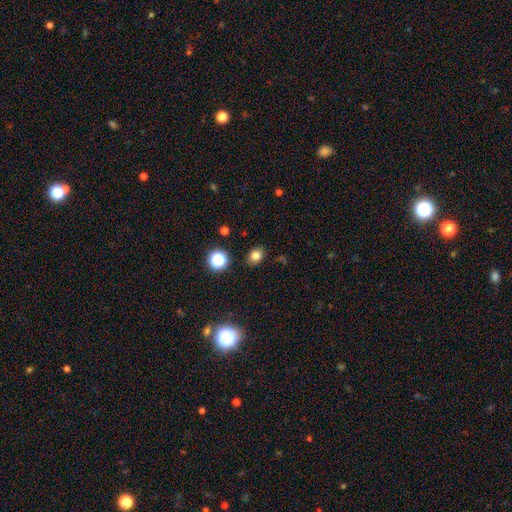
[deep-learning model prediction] The model was most divided on "how rounded": in between: 52%, round: 47%, cigar-shaped: 1%. More confident: merging — none (87%); smooth or featured — smooth (79%).